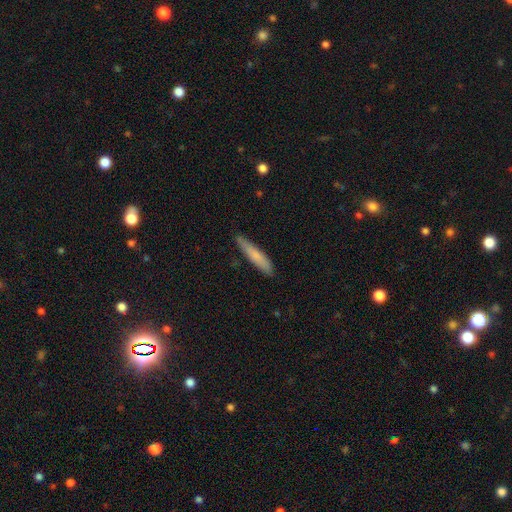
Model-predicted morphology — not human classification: Overall: smooth (73%). How rounded: cigar-shaped (91%). Merging: none (85%).